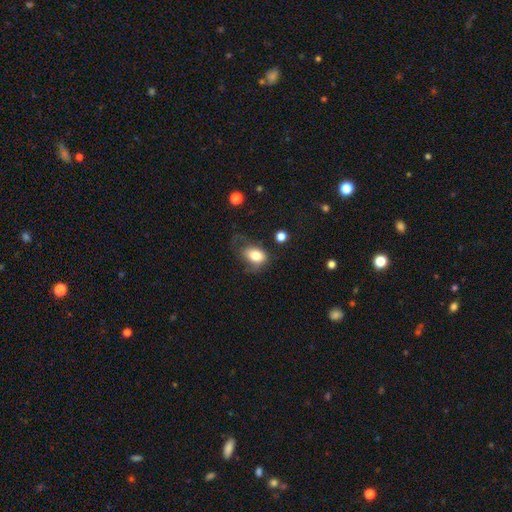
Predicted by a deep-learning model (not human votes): This is likely a smooth galaxy (79%). How rounded: likely in between (78%). Merging: marginally none (36%).